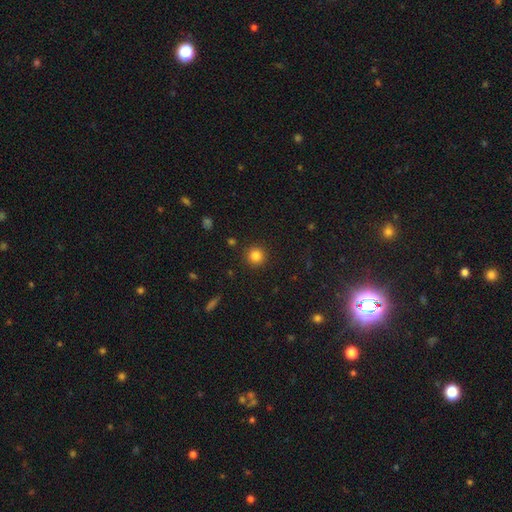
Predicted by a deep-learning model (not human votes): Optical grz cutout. It shows a smooth galaxy with no disk features (84%) that is round (94%). Merging: none (91%).